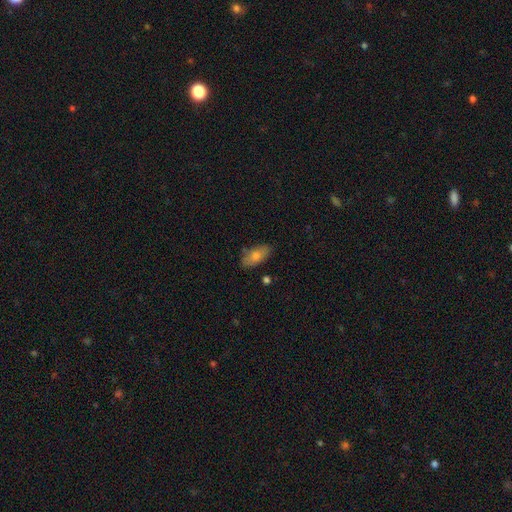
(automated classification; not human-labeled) smooth-or-featured: smooth: 71% | featured or disk: 21% | star or artifact: 8%
  how-rounded: in between: 87% | cigar-shaped: 9% | round: 4%
  merging: none: 80% | minor disturbance: 15% | major disturbance: 3% | merger: 2%